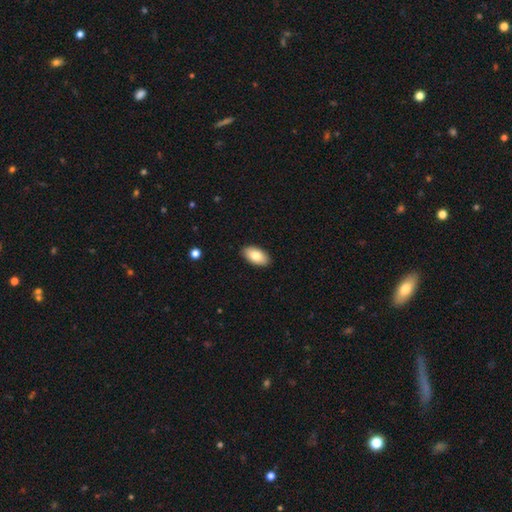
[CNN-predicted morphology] A smooth galaxy with no disk features (83%) that is in between round and cigar-shaped (95%).

Vote fractions:
- Smooth or featured? smooth: 83% / featured or disk: 10% / star or artifact: 6%
- How rounded? in between: 95% / round: 3% / cigar-shaped: 2%
- Merging? none: 90% / minor disturbance: 8% / major disturbance: 2% / merger: 1%